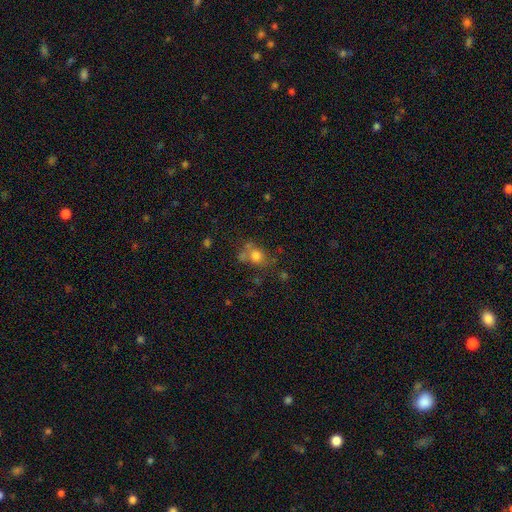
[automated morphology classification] smooth_or_featured: smooth (p=0.71) [alt: featured or disk p=0.14]
how_rounded: round (p=0.65) [alt: in between p=0.34]
merging: none (p=0.49) [alt: merger p=0.21]